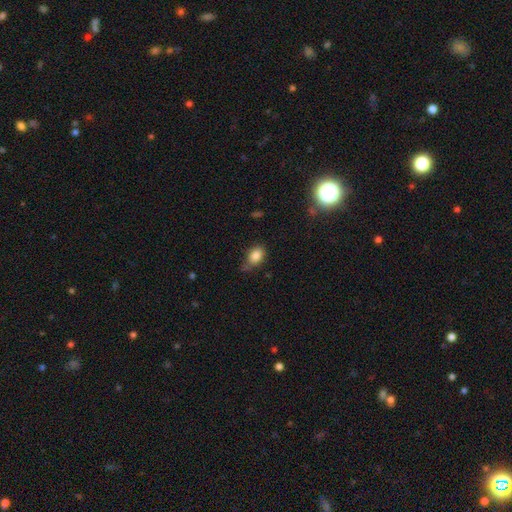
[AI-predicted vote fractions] The model was most divided on "merging": none: 58%, minor disturbance: 30%, major disturbance: 8%, merger: 4%. More confident: smooth or featured — smooth (84%); how rounded — in between (78%).